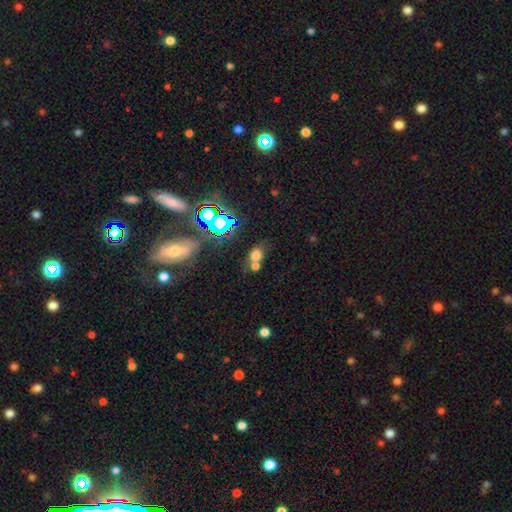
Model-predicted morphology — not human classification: This is likely a smooth galaxy (65%). How rounded: possibly round (49%). Merging: marginally merger (44%).